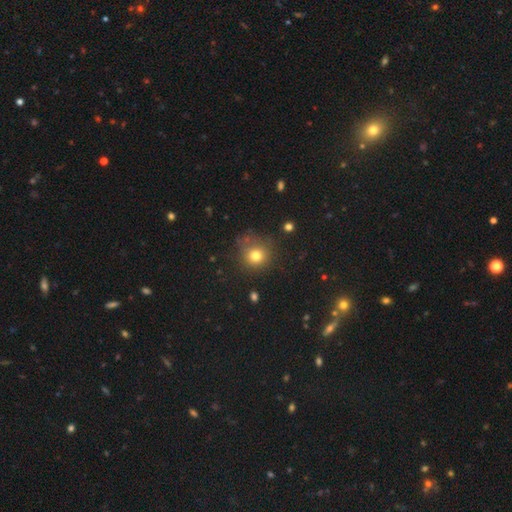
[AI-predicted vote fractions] A smooth galaxy with no disk features (77%) that is round (90%). Merging: none (76%).